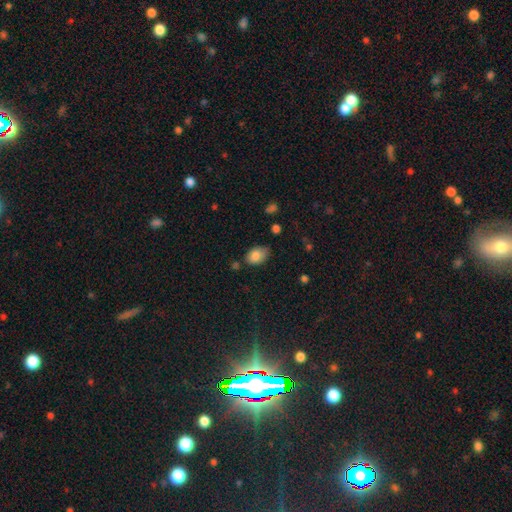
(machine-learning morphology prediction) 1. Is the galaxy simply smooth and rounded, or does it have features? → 83% smooth, 9% featured or disk, 8% star or artifact.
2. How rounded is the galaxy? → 87% in between, 12% round, 1% cigar-shaped.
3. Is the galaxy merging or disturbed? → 65% none, 27% minor disturbance, 5% major disturbance, 4% merger.